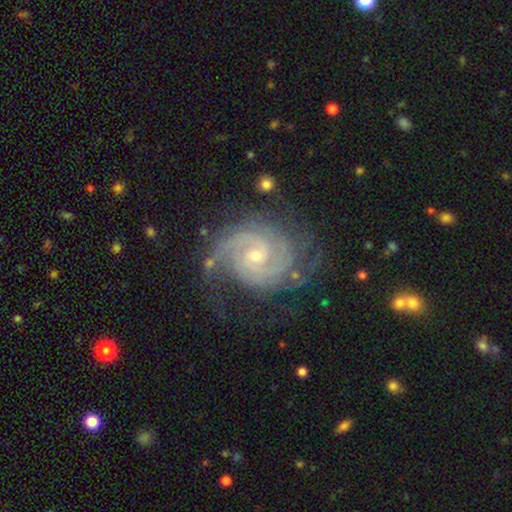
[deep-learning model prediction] smooth-or-featured: featured or disk: 92% | star or artifact: 5% | smooth: 3%
  disk-edge-on: no: 98% | yes: 2%
    bar: no: 58% | weak: 35% | strong: 7%
    has-spiral-arms: yes: 98% | no: 2%
      spiral-winding: tight: 63% | medium: 32% | loose: 5%
      spiral-arm-count: 2: 54% | 3: 18% | can't tell: 12% | 4: 6% | 1: 5% | more than 4: 5%
    bulge-size: small: 67% | moderate: 30% | none: 1% | large: 1% | dominant: 1%
  merging: none: 67% | minor disturbance: 21% | major disturbance: 11% | merger: 2%